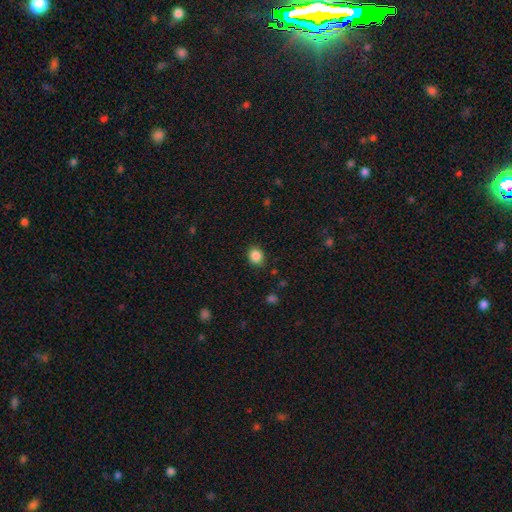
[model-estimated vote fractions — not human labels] Smooth or featured: smooth — 86% (star or artifact — 10%)
How rounded: round — 64% (in between — 35%)
Merging: none — 87% (minor disturbance — 9%)